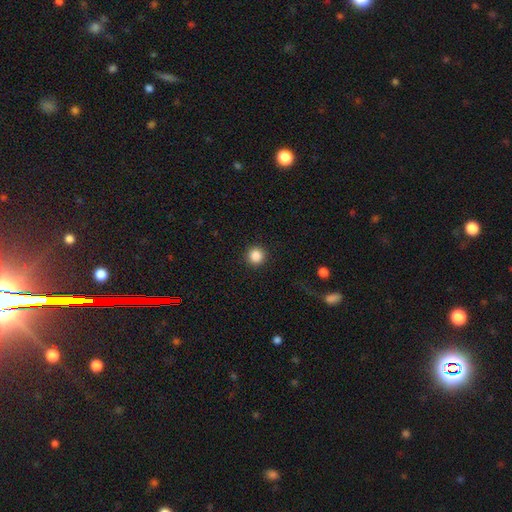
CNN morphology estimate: smooth-or-featured: smooth: 87% | star or artifact: 10% | featured or disk: 3%
  how-rounded: round: 95% | in between: 4% | cigar-shaped: 1%
  merging: none: 92% | minor disturbance: 5% | major disturbance: 2% | merger: 1%